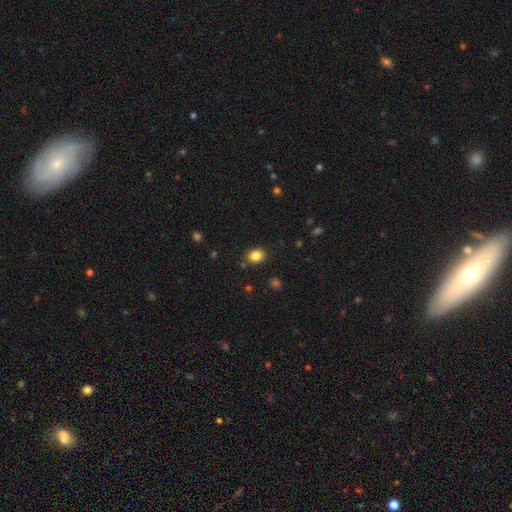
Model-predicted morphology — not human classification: Smooth or featured?
  - smooth: 84% *
  - star or artifact: 11%
  - featured or disk: 5%
How rounded?
  - round: 52% *
  - in between: 47%
  - cigar-shaped: 1%
Merging?
  - none: 87% *
  - minor disturbance: 8%
  - major disturbance: 2%
  - merger: 2%